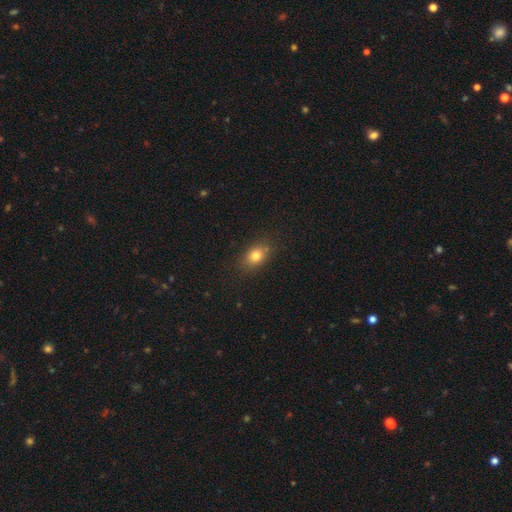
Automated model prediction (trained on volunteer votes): This appears to be a smooth galaxy with no disk features (79%) that is in between round and cigar-shaped (69%). Merging: none (81%).